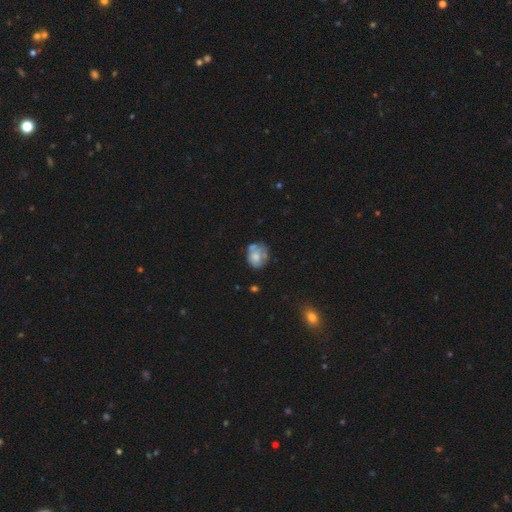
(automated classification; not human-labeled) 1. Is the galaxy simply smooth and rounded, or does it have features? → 56% smooth, 35% featured or disk, 9% star or artifact.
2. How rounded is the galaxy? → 57% round, 42% in between, 1% cigar-shaped.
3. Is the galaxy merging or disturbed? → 46% none, 27% minor disturbance, 13% major disturbance, 13% merger.